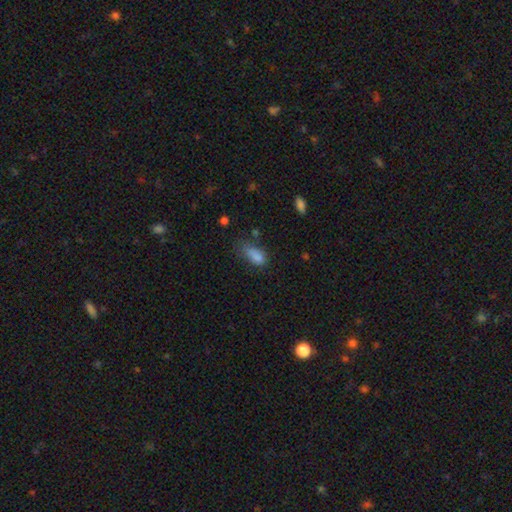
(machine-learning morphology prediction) A smooth galaxy with no disk features (82%) that is in between round and cigar-shaped (86%). Merging: none (37%).